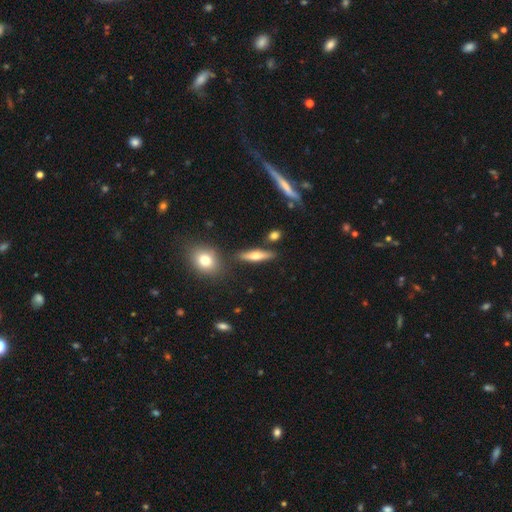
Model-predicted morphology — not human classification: Smooth or featured? smooth (48%)
Merging? none (81%)